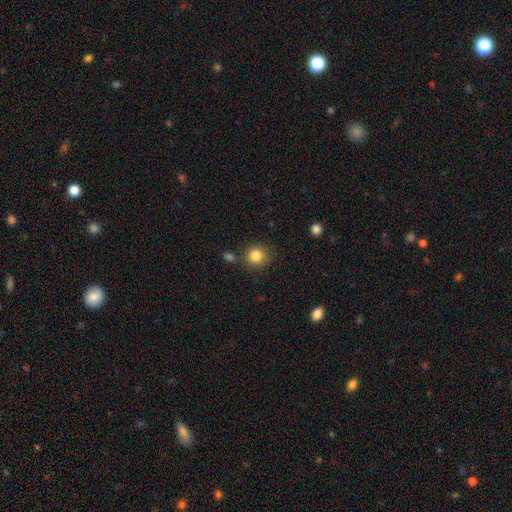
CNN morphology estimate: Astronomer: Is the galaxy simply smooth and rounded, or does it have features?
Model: smooth — 85%.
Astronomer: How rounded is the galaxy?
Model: round — 86%.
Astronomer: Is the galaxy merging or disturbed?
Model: none — 80%.